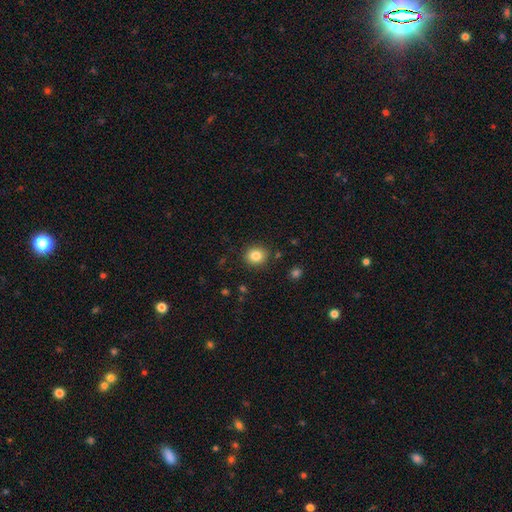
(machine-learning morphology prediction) type=smooth (84%); roundness=round (84%); merging=none (89%).